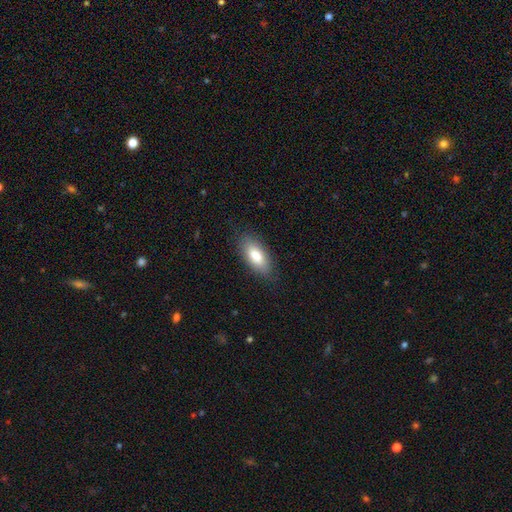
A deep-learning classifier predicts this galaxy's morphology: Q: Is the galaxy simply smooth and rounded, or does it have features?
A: smooth — 82%.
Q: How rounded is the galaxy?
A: in between — 86%.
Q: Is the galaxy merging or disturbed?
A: none — 83%.